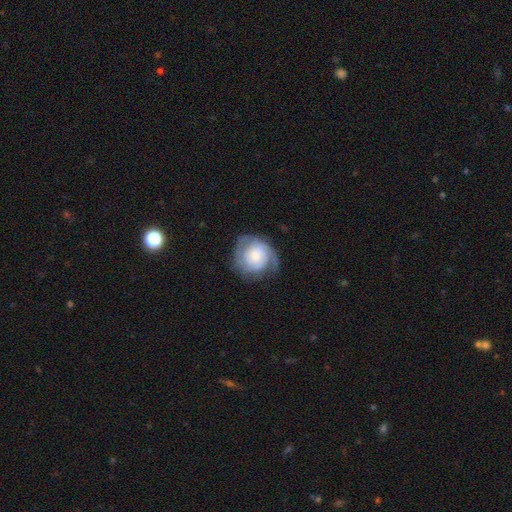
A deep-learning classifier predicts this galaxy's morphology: Smooth or featured: featured or disk — 66% (smooth — 28%)
Edge-on disk: no — 98% (yes — 2%)
Bar: no — 76% (weak — 20%)
Spiral arms: yes — 89% (no — 11%)
Spiral winding: tight — 57% (medium — 31%)
Spiral arm count: 2 — 53% (can't tell — 24%)
Bulge size: small — 47% (moderate — 32%)
Merging: none — 65% (minor disturbance — 21%)